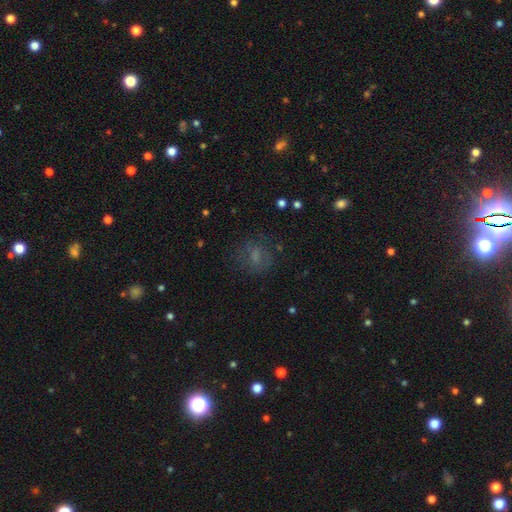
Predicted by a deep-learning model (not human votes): smooth-or-featured: smooth: 60% | featured or disk: 21% | star or artifact: 18%
  how-rounded: round: 60% | in between: 37% | cigar-shaped: 2%
  merging: none: 69% | minor disturbance: 16% | major disturbance: 13% | merger: 2%